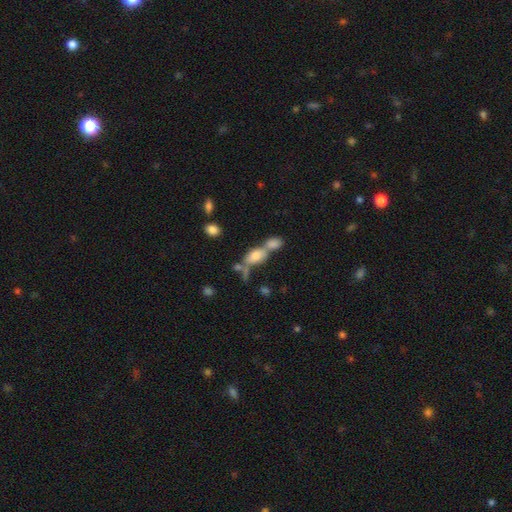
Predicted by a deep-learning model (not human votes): This appears to be a smooth galaxy with no disk features (70%) that is in between round and cigar-shaped (81%). Merging: merger (54%).